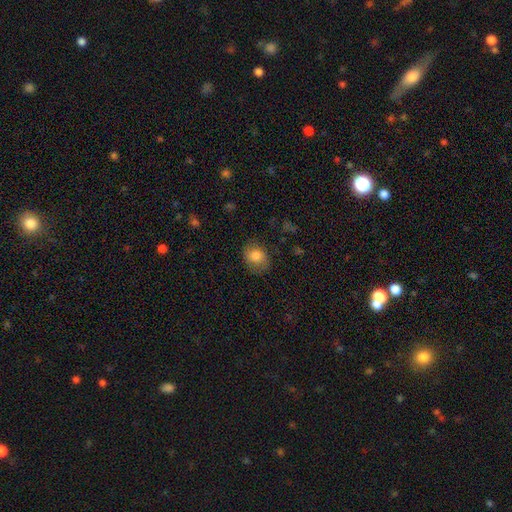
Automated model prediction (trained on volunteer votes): Morphology: type=smooth (79%); roundness=round (54%); merging=none (76%).